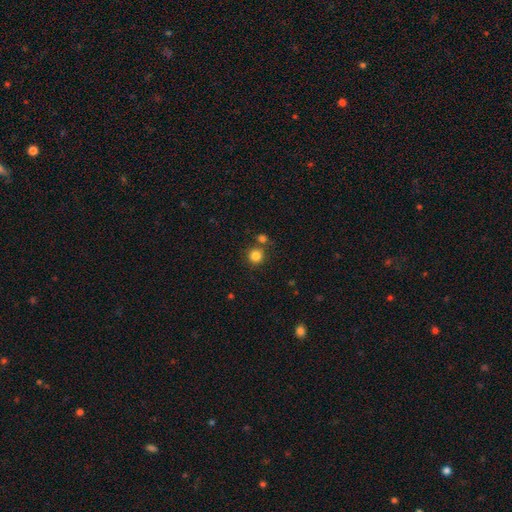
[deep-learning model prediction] smooth 83%, star or artifact 12%, featured or disk 5%. Down the decision tree: how rounded — round (93%); merging — none (76%).